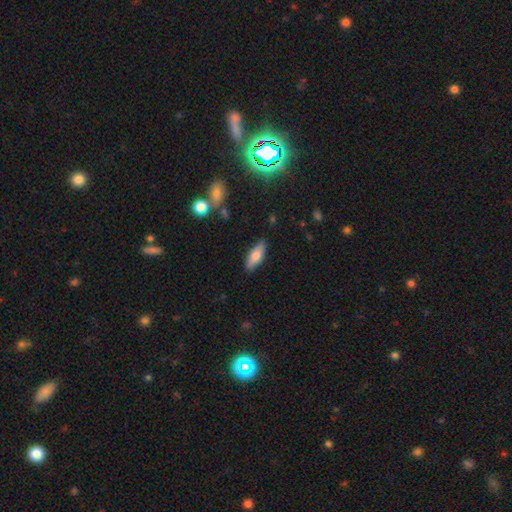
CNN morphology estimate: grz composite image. It shows a smooth galaxy with no disk features (68%) that is in between round and cigar-shaped (62%). Merging: none (86%).